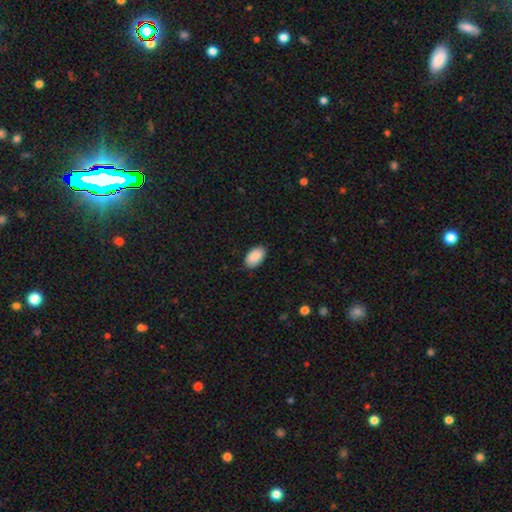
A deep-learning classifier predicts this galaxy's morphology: A smooth galaxy with no disk features (89%) that is in between round and cigar-shaped (95%). Merging: none (85%).